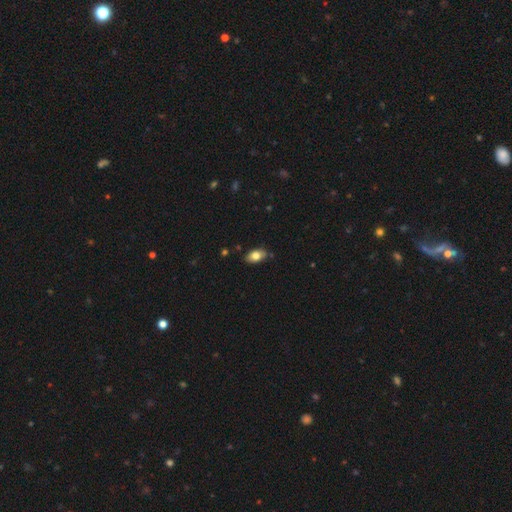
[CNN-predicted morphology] This is likely a smooth galaxy (78%). How rounded: clearly in between (91%). Merging: clearly none (82%).